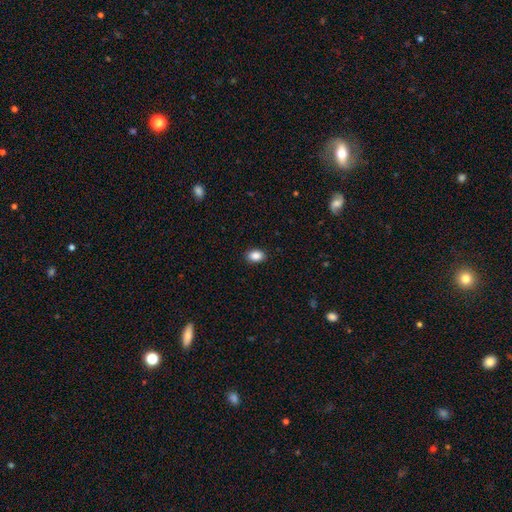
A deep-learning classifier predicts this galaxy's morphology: Smooth or featured? smooth (88%)
How rounded? in between (77%)
Merging? none (89%)